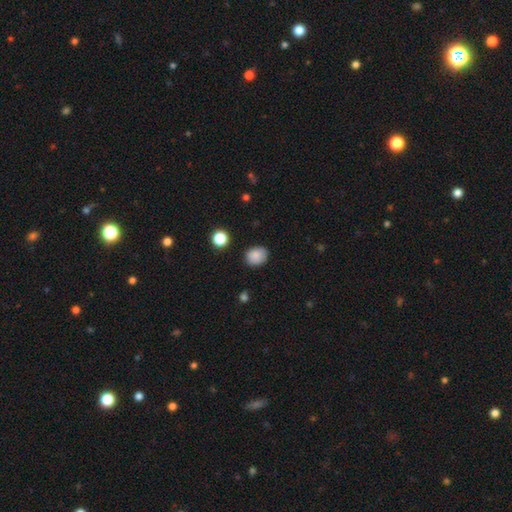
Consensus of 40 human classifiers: Overall: smooth (92%). How rounded: round (57%; in between 43%). Merging: none (79%).